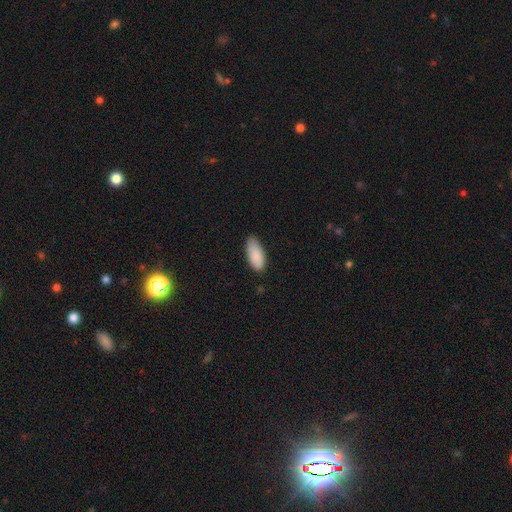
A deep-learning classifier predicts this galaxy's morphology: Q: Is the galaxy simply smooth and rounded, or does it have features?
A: smooth — 89%.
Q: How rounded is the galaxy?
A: in between — 88%.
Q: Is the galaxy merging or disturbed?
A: none — 76%.